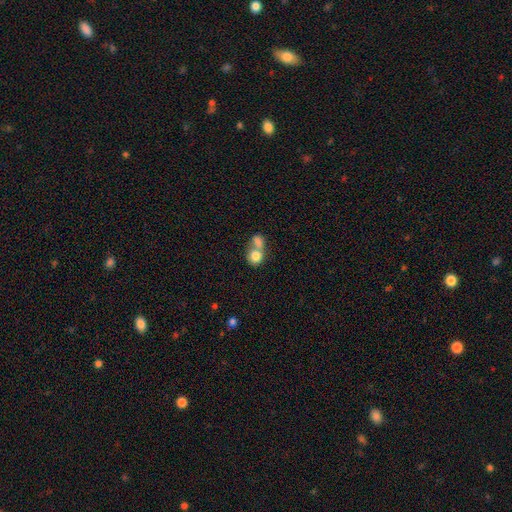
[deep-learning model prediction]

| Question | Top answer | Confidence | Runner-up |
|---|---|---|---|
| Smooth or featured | smooth | 80% | featured or disk (12%) |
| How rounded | round | 69% | in between (30%) |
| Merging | merger | 66% | none (25%) |